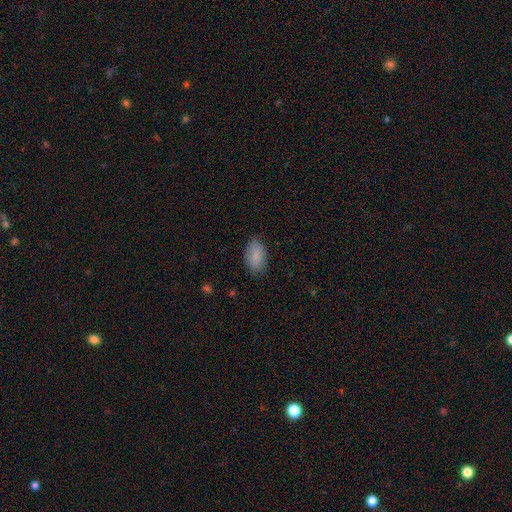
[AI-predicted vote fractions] Q: Smooth or featured?
A: smooth (86%); runner-up: featured or disk (7%)
Q: How rounded?
A: in between (93%); runner-up: round (5%)
Q: Merging?
A: none (83%); runner-up: minor disturbance (13%)